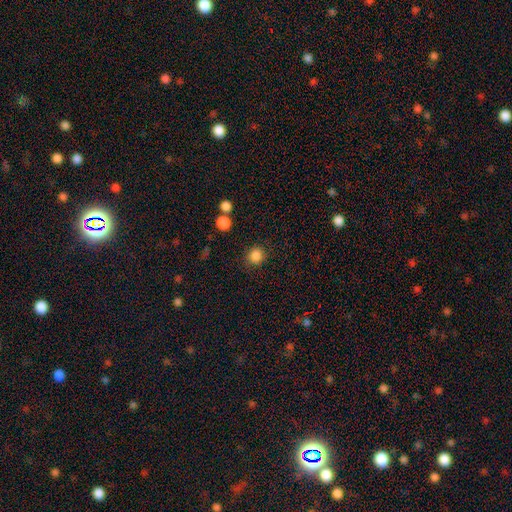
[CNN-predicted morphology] The model was most divided on "smooth or featured": smooth: 85%, star or artifact: 12%, featured or disk: 4%. More confident: how rounded — round (88%); merging — none (85%).